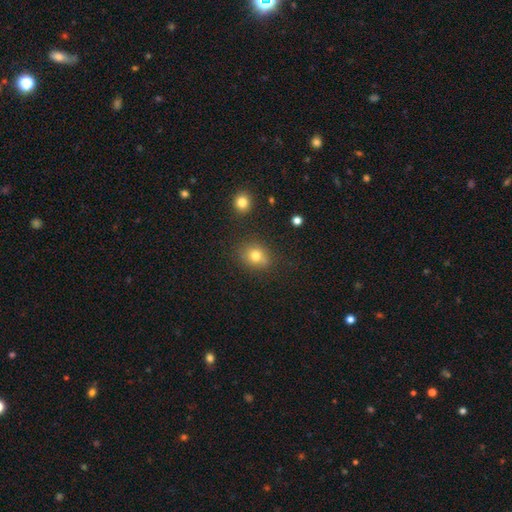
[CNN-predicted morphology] Overall: smooth (77%). How rounded: round (61%; in between 38%). Merging: none (80%).